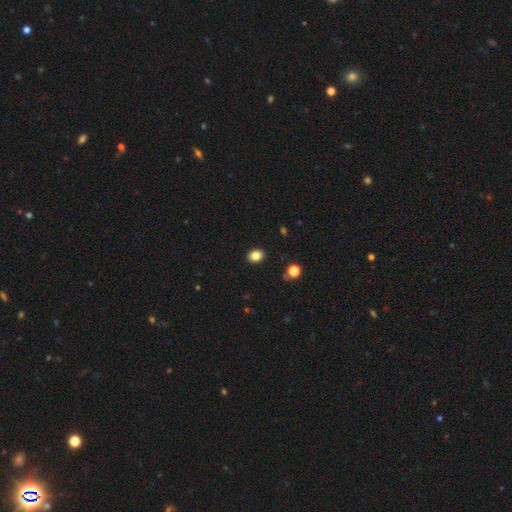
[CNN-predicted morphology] smooth-or-featured: smooth: 83% | star or artifact: 10% | featured or disk: 7%
  how-rounded: in between: 54% | round: 45% | cigar-shaped: 1%
  merging: none: 90% | minor disturbance: 7% | major disturbance: 2% | merger: 1%